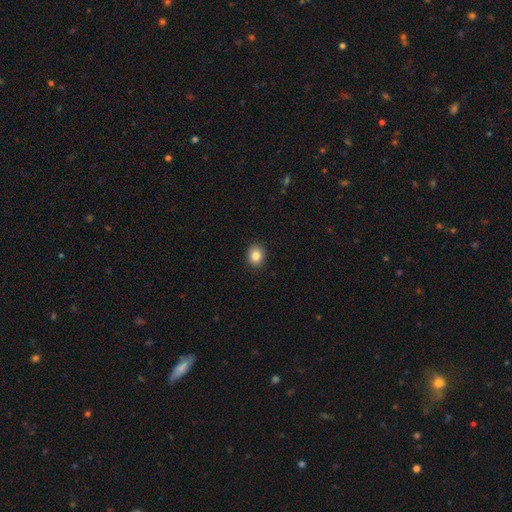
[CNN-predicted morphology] Smooth or featured? smooth (85%)
How rounded? round (68%)
Merging? none (91%)